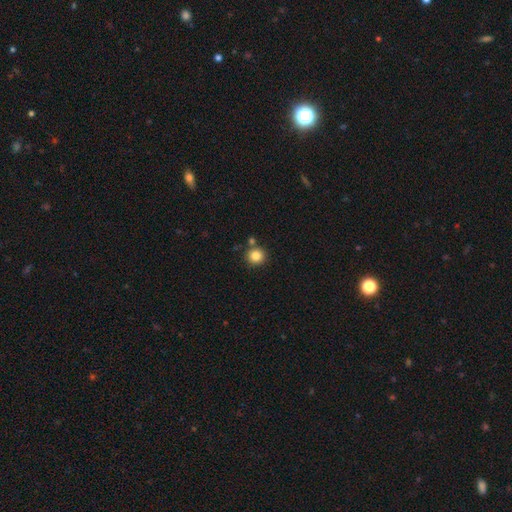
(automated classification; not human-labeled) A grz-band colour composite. It shows a smooth galaxy with no disk features (84%) that is round (92%). Merging: none (81%).